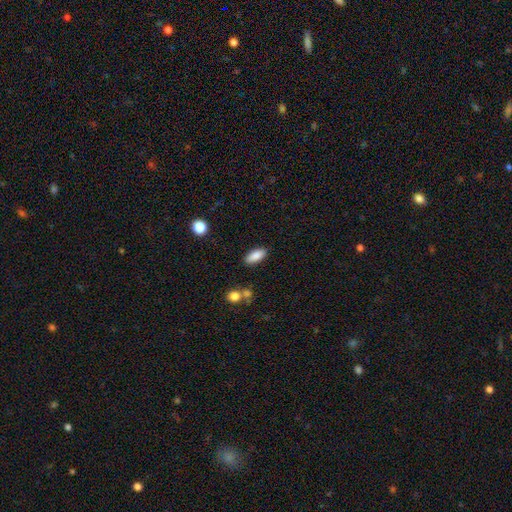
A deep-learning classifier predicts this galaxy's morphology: smooth 86%, star or artifact 8%, featured or disk 7%. Down the decision tree: how rounded — in between (83%); merging — none (84%).